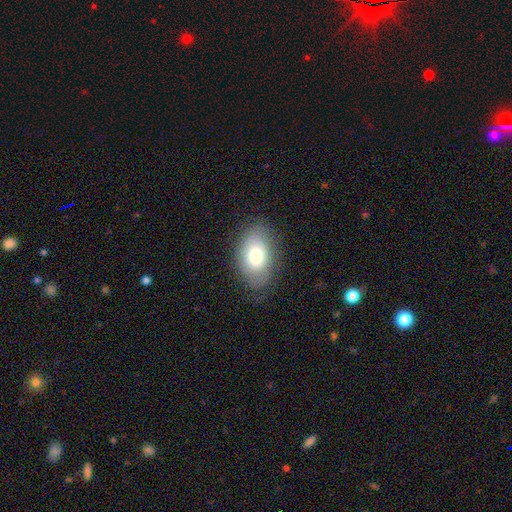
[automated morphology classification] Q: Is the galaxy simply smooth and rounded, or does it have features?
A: smooth — 74%.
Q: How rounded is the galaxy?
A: in between — 89%.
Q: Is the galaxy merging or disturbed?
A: none — 78%.